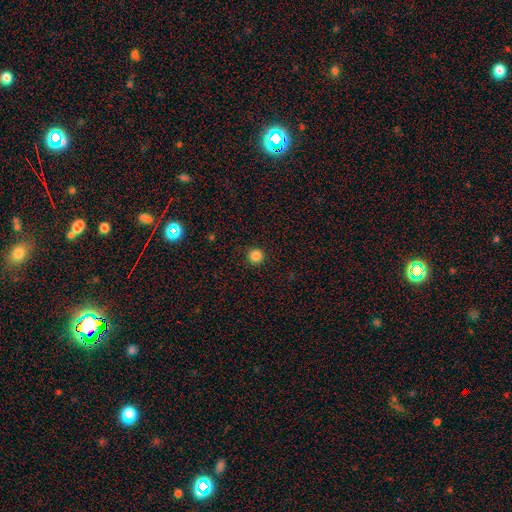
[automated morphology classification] smooth 85%, star or artifact 12%, featured or disk 3%. Down the decision tree: how rounded — round (96%); merging — none (93%).